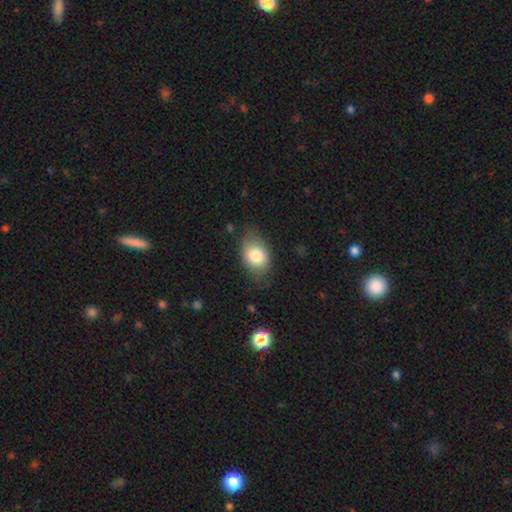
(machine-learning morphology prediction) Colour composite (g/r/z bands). It shows a smooth galaxy with no disk features (81%) that is in between round and cigar-shaped (78%). Merging: none (72%).